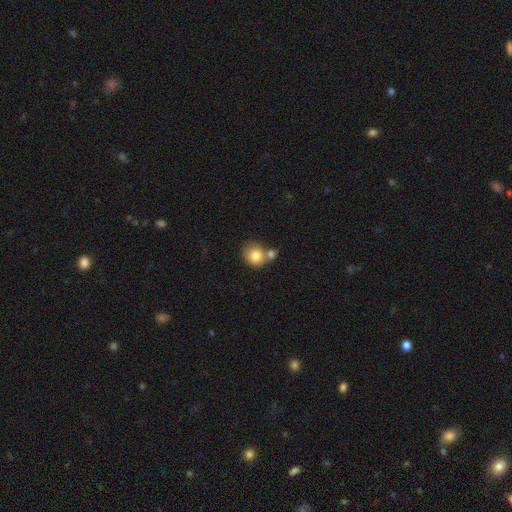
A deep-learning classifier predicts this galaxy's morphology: type=smooth (81%); roundness=round (80%); merging=none (46%).